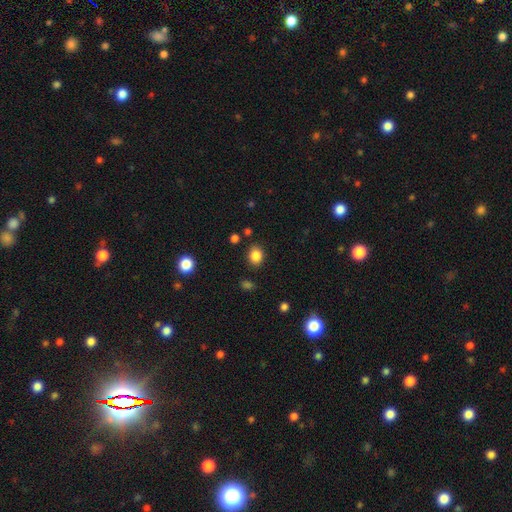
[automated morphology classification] A smooth galaxy with no disk features (85%) that is round (59%). Merging: none (86%).